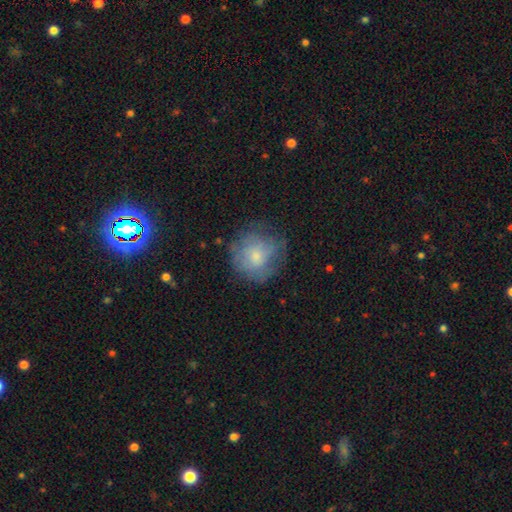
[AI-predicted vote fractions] The model was most divided on "smooth or featured": smooth: 57%, featured or disk: 33%, star or artifact: 10%. More confident: how rounded — round (88%); merging — none (67%).